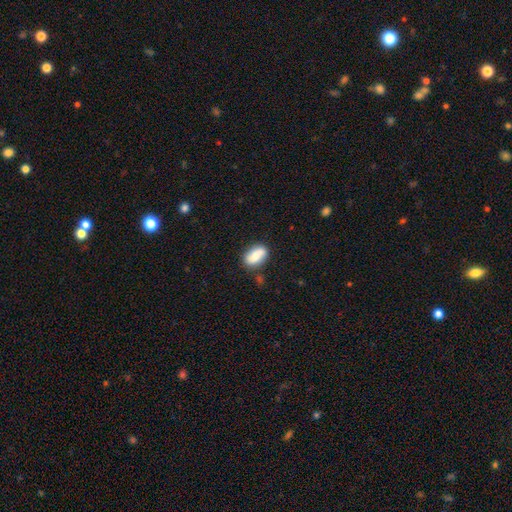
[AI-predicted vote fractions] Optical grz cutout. It shows a smooth galaxy with no disk features (66%) that is in between round and cigar-shaped (87%). Merging: none (72%).